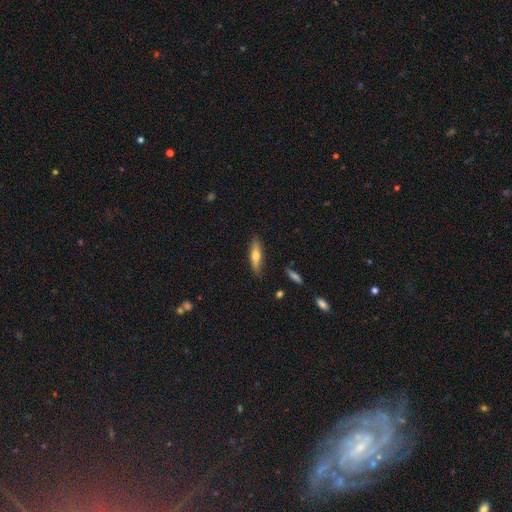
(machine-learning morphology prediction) type=smooth (57%); roundness=cigar-shaped (71%); merging=none (86%).